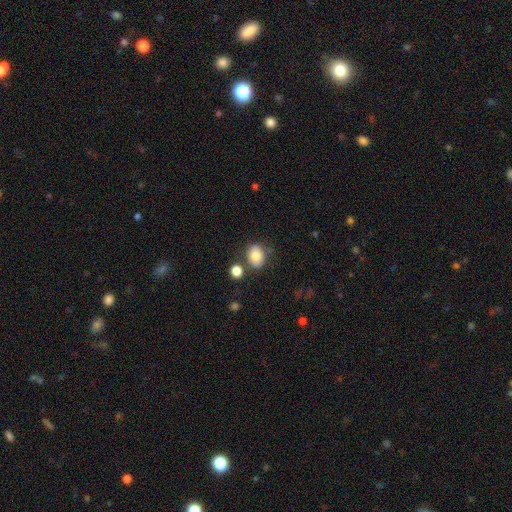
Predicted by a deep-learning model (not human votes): The model was most divided on "how rounded": in between: 60%, round: 39%, cigar-shaped: 1%. More confident: smooth or featured — smooth (79%); merging — none (72%).